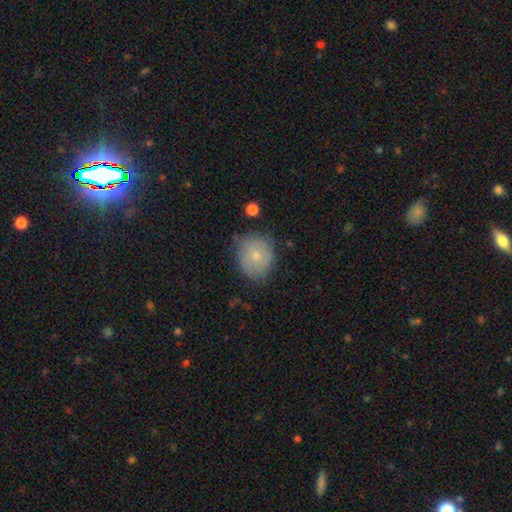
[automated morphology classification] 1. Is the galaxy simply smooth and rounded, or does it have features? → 67% smooth, 25% featured or disk, 8% star or artifact.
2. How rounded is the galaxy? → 74% round, 25% in between, 1% cigar-shaped.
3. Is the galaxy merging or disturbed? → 71% none, 22% minor disturbance, 5% major disturbance, 2% merger.